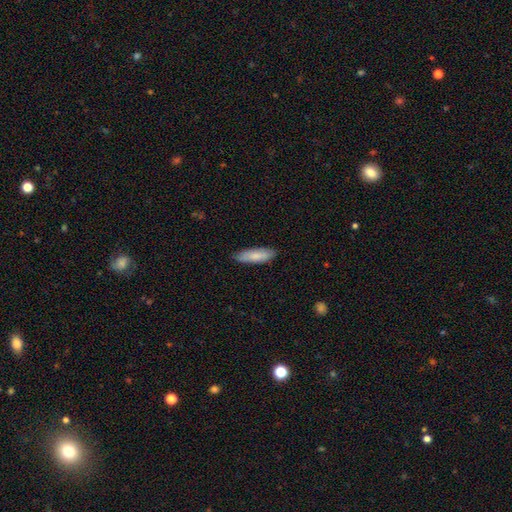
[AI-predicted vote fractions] This is clearly a smooth galaxy (81%). How rounded: possibly in between (50%). Merging: clearly none (85%).